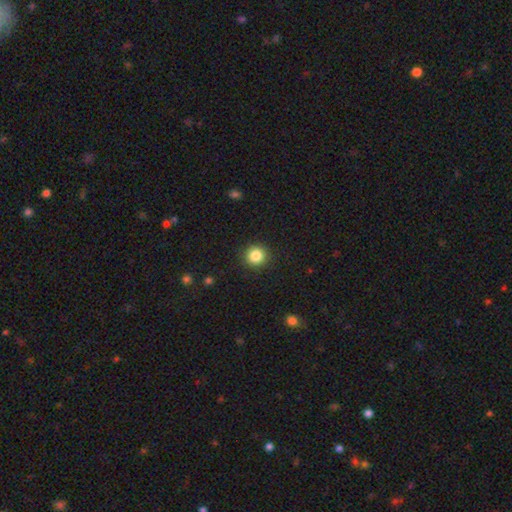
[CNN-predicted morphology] This is clearly a smooth galaxy (85%). How rounded: clearly round (94%). Merging: clearly none (92%).